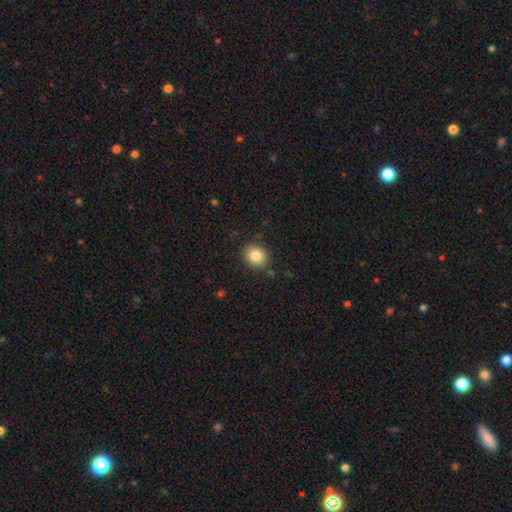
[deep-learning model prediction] Overall: smooth (83%). How rounded: round (72%). Merging: none (87%).